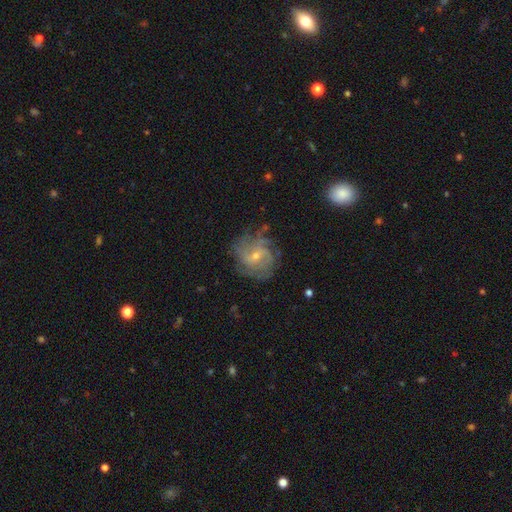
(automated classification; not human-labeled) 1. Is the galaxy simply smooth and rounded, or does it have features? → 78% featured or disk, 13% smooth, 9% star or artifact.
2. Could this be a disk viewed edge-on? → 97% no, 3% yes.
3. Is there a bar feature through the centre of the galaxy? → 49% no, 43% weak, 8% strong.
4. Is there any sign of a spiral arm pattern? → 92% yes, 8% no.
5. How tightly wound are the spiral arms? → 44% tight, 41% medium, 15% loose.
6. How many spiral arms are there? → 35% can't tell, 20% 3, 16% 2, 15% 4, 7% more than 4, 6% 1.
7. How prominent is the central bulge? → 63% small, 33% moderate, 2% none, 1% large, 1% dominant.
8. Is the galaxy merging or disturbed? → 72% none, 18% minor disturbance, 9% major disturbance, 2% merger.